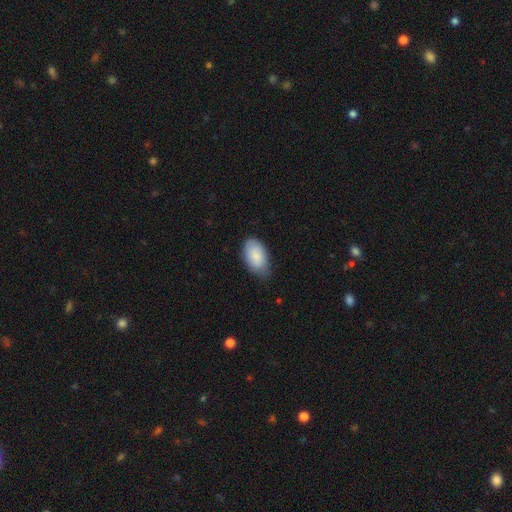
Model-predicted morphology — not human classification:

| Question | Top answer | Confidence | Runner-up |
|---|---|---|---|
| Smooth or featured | smooth | 85% | featured or disk (9%) |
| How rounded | in between | 94% | round (5%) |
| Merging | none | 66% | minor disturbance (29%) |